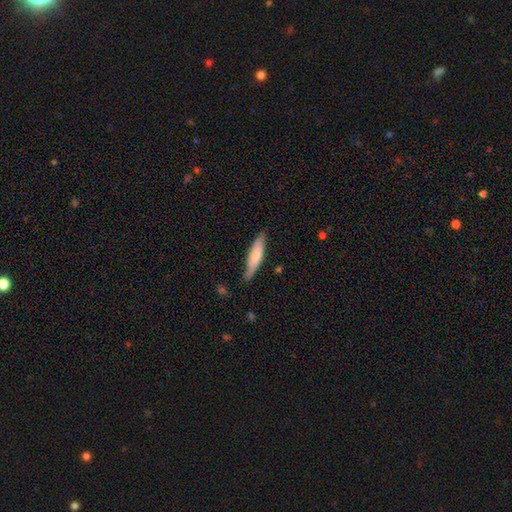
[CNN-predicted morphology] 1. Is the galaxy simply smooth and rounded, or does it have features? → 67% smooth, 28% featured or disk, 5% star or artifact.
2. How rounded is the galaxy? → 73% cigar-shaped, 26% in between, 1% round.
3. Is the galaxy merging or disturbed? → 72% none, 22% minor disturbance, 4% major disturbance, 2% merger.